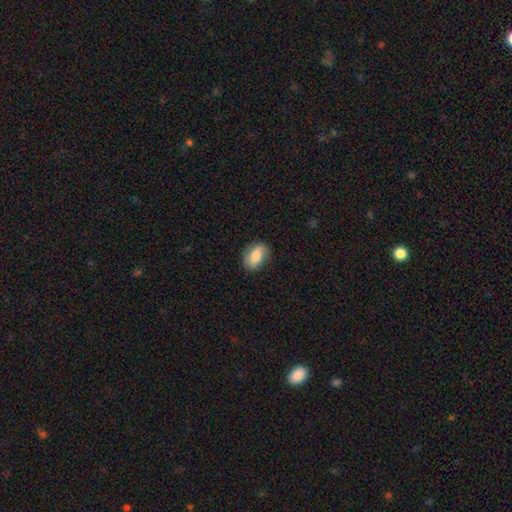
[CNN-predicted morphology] Smooth or featured? Predicted: smooth (p=0.74). How rounded? Predicted: in between (p=0.85). Merging? Predicted: none (p=0.80).